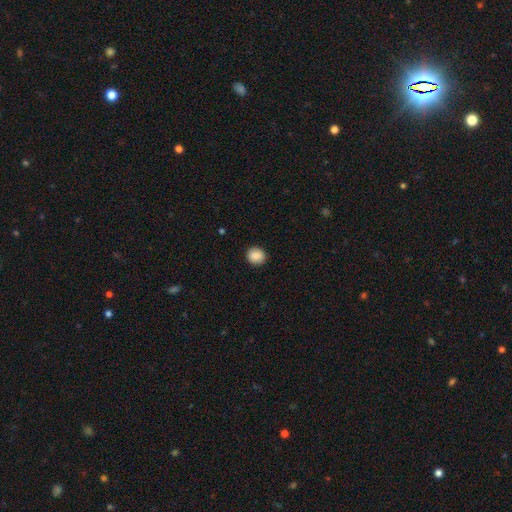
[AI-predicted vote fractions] Smooth or featured? smooth (87%)
How rounded? round (80%)
Merging? none (90%)